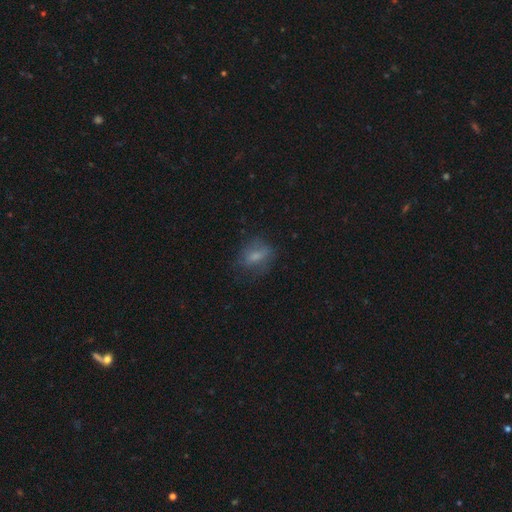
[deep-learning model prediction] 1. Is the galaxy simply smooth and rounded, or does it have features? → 65% smooth, 23% featured or disk, 12% star or artifact.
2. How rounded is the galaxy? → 63% in between, 32% round, 5% cigar-shaped.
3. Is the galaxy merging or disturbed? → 63% none, 22% minor disturbance, 14% major disturbance, 1% merger.